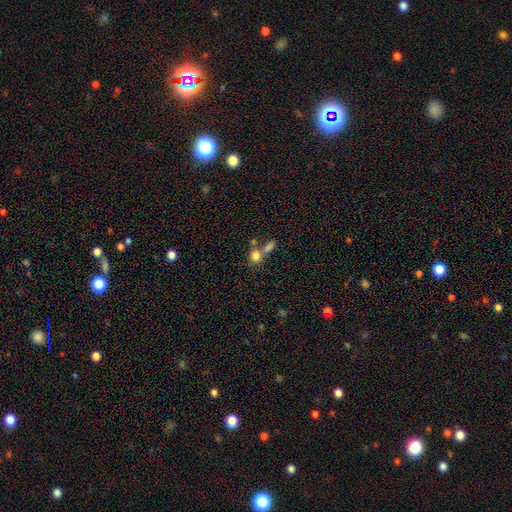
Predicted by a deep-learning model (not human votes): Q: Smooth or featured?
A: smooth (80%); runner-up: star or artifact (11%)
Q: How rounded?
A: round (64%); runner-up: in between (34%)
Q: Merging?
A: merger (44%); runner-up: none (43%)